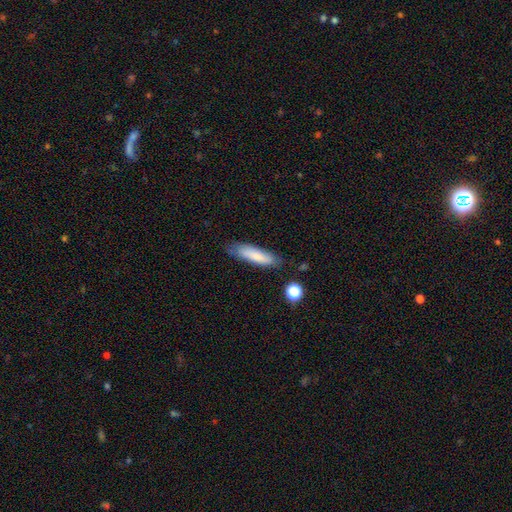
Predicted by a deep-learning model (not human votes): Smooth or featured? Predicted: smooth (p=0.79). How rounded? Predicted: cigar-shaped (p=0.69). Merging? Predicted: none (p=0.75).